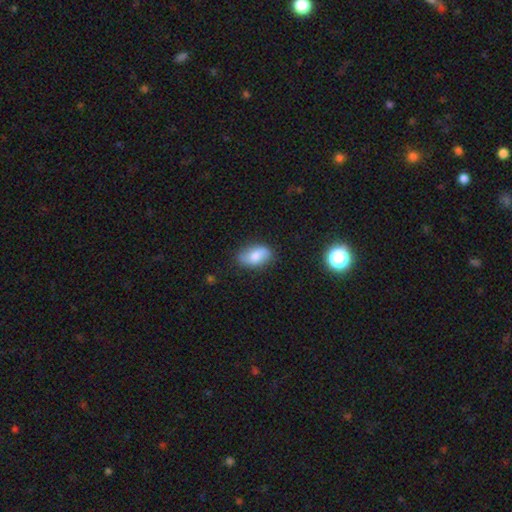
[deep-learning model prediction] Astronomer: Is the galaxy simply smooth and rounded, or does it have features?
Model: smooth — 69%.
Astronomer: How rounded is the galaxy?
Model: in between — 90%.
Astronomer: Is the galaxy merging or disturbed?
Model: none — 77%.